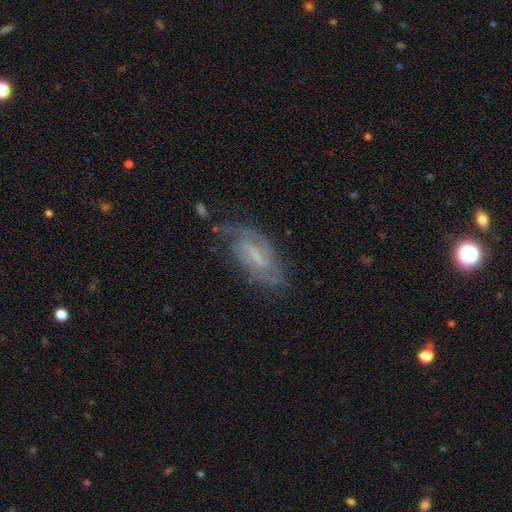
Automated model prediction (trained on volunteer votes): The model was most divided on "spiral winding" (2-way tie): tight: 42%, medium: 42%, loose: 15%. Remaining: edge-on disk — no (92%); spiral arms — yes (89%); smooth or featured — featured or disk (74%); merging — none (63%); bar — weak (54%); spiral arm count — 2 (52%); bulge size — small (50%).